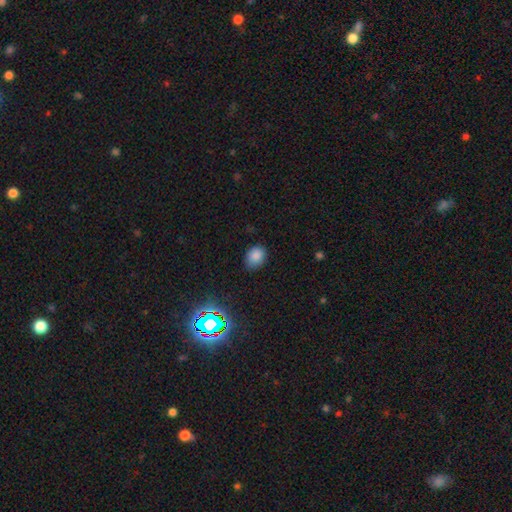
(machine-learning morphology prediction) Smooth or featured: smooth — 81% (star or artifact — 14%)
How rounded: in between — 55% (round — 44%)
Merging: none — 77% (minor disturbance — 19%)